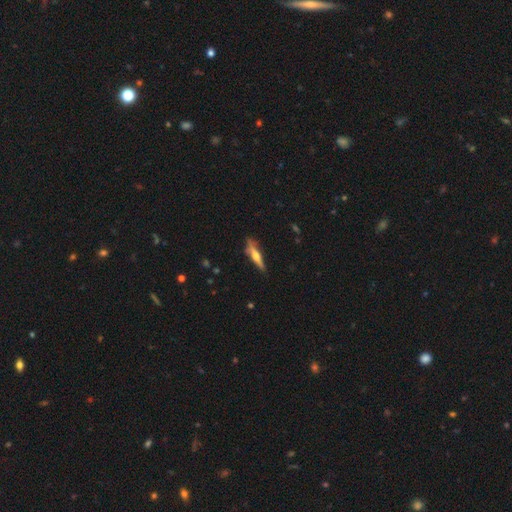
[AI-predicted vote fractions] The model was most divided on "smooth or featured": featured or disk: 56%, smooth: 37%, star or artifact: 6%. More confident: edge-on disk — yes (93%); edge-on bulge — rounded (84%); merging — none (69%).